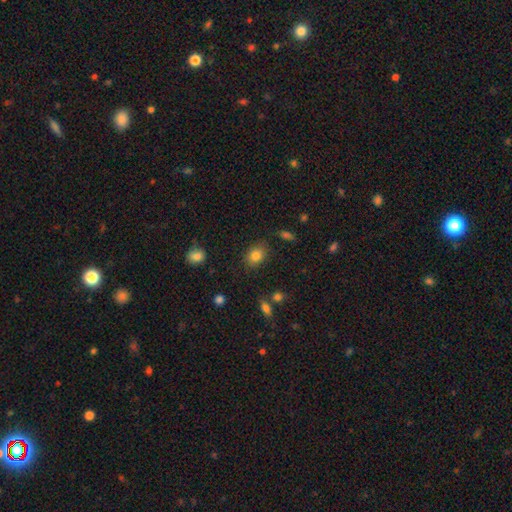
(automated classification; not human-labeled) The model was most divided on "how rounded": in between: 64%, round: 34%, cigar-shaped: 1%. More confident: smooth or featured — smooth (82%); merging — none (81%).